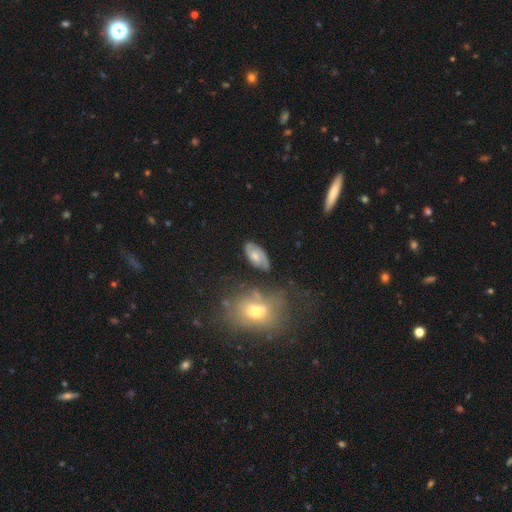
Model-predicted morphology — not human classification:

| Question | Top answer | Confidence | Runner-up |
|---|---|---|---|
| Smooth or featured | featured or disk | 53% | smooth (39%) |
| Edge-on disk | no | 93% | yes (7%) |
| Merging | none | 70% | minor disturbance (20%) |